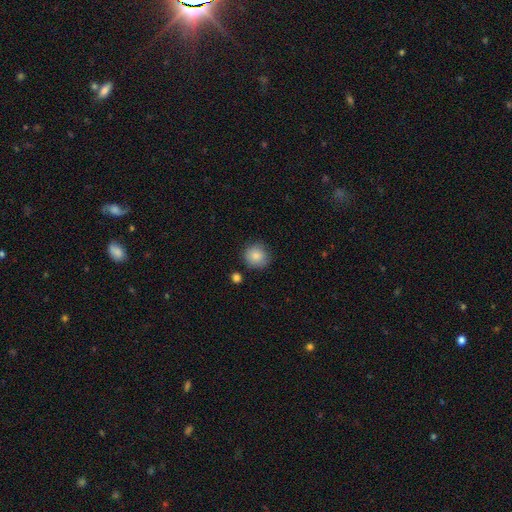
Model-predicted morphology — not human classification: Q: Smooth or featured?
A: smooth (86%); runner-up: star or artifact (8%)
Q: How rounded?
A: round (92%); runner-up: in between (8%)
Q: Merging?
A: none (82%); runner-up: minor disturbance (12%)